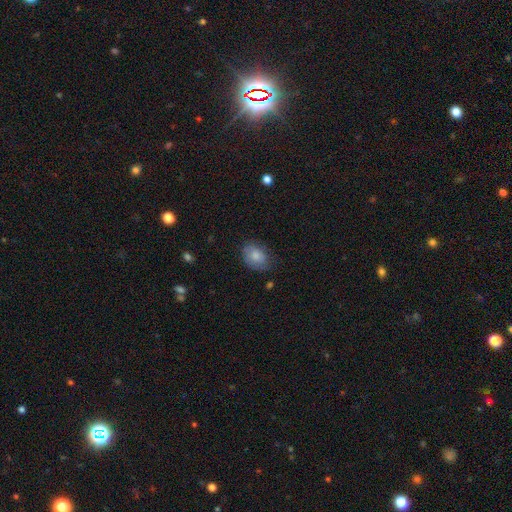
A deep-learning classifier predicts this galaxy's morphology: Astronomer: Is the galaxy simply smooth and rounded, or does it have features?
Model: smooth — 76%.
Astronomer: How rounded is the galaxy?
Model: in between — 74%.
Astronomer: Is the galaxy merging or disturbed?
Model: none — 67%.